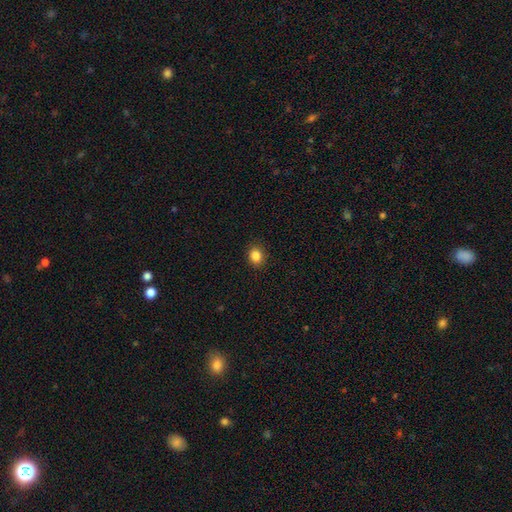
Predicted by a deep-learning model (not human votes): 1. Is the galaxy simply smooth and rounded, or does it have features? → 85% smooth, 10% star or artifact, 4% featured or disk.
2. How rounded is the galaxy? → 64% round, 35% in between, 1% cigar-shaped.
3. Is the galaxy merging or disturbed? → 90% none, 7% minor disturbance, 2% major disturbance, 1% merger.